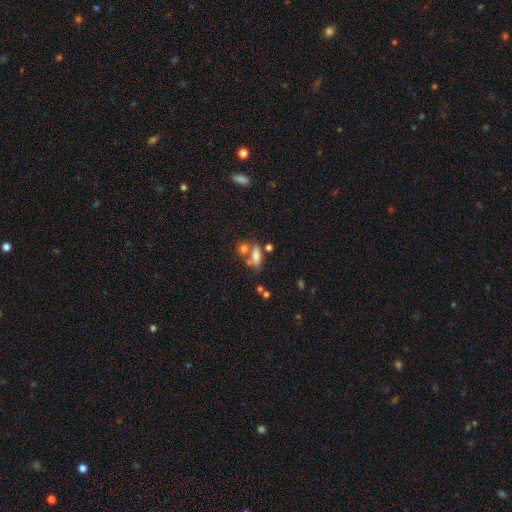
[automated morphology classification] A smooth galaxy with no disk features (73%) that is in between round and cigar-shaped (77%). Merging: none (43%).